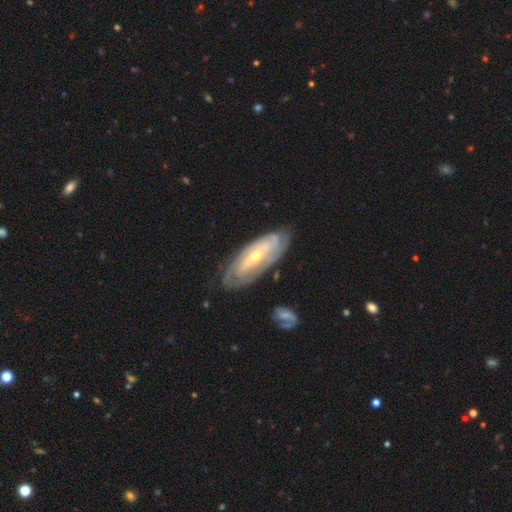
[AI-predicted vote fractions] Smooth or featured? featured or disk (79%)
Edge-on disk? no (86%)
Bar? no (43%)
Spiral arms? yes (83%)
Spiral winding? tight (69%)
Spiral arm count? can't tell (51%)
Bulge size? small (52%)
Merging? none (75%)